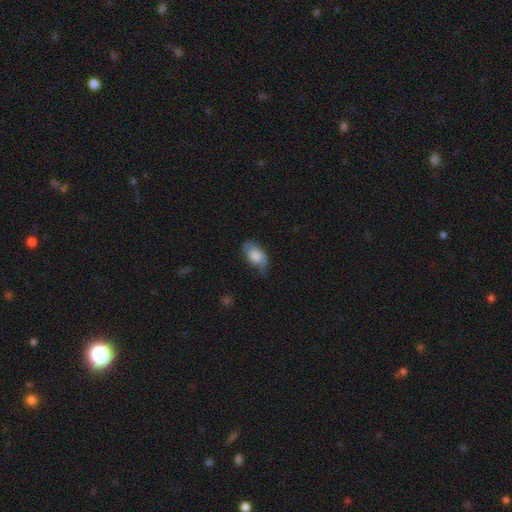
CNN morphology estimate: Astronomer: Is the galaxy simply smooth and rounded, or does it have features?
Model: smooth — 72%.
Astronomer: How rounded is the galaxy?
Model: in between — 91%.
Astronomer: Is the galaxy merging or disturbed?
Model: none — 55% (runner-up: minor disturbance, 33%).